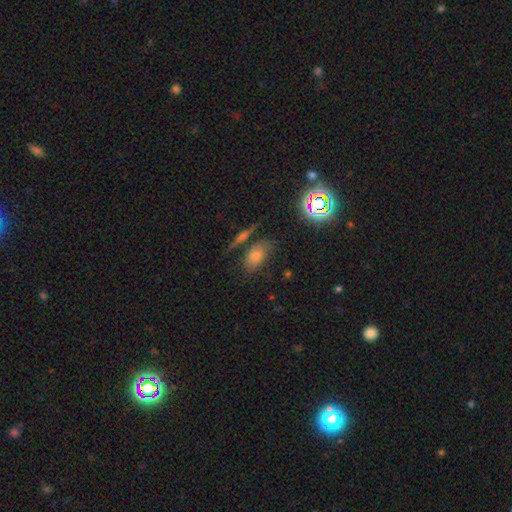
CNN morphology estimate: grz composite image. It shows a smooth galaxy with no disk features (61%) that is in between round and cigar-shaped (77%). Merging: none (69%).